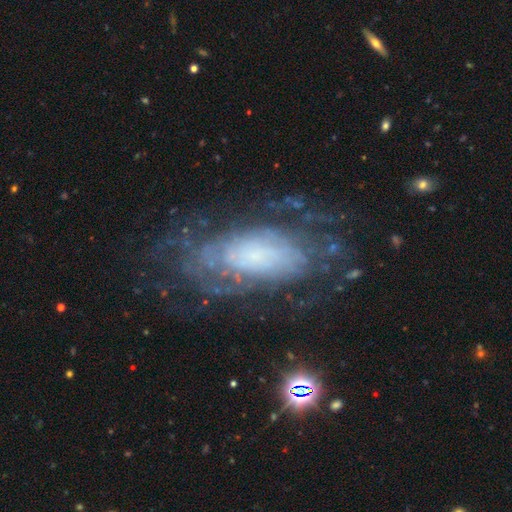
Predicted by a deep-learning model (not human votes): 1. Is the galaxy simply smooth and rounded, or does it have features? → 75% featured or disk, 16% smooth, 9% star or artifact.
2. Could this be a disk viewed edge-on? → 91% no, 9% yes.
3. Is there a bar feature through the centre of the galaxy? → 75% no, 18% weak, 6% strong.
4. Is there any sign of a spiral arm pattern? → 84% yes, 16% no.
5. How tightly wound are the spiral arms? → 69% tight, 22% medium, 9% loose.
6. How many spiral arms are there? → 61% can't tell, 12% 2, 9% more than 4, 7% 4, 7% 3, 5% 1.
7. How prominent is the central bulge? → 49% small, 20% none, 15% moderate, 13% large, 4% dominant.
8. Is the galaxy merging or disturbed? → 68% none, 18% minor disturbance, 12% major disturbance, 2% merger.